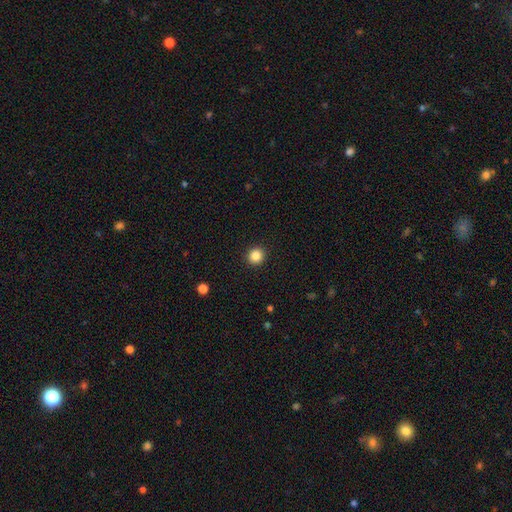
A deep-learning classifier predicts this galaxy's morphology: smooth 86%, star or artifact 10%, featured or disk 4%. Down the decision tree: how rounded — round (92%); merging — none (93%).